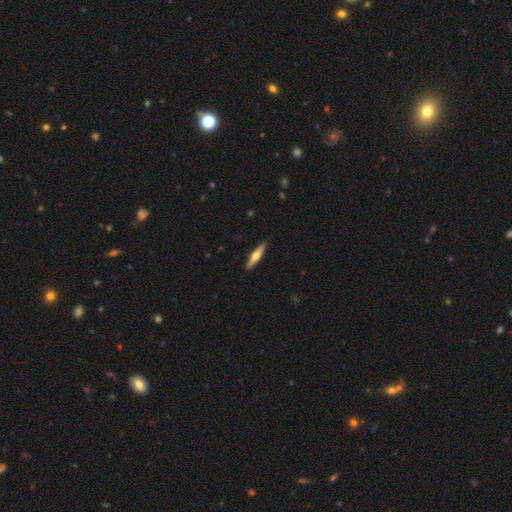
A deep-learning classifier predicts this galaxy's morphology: Smooth or featured?
  - featured or disk: 47% * (tied)
  - smooth: 47% * (tied)
  - star or artifact: 5%
Merging?
  - none: 90% *
  - minor disturbance: 7%
  - major disturbance: 1%
  - merger: 1%